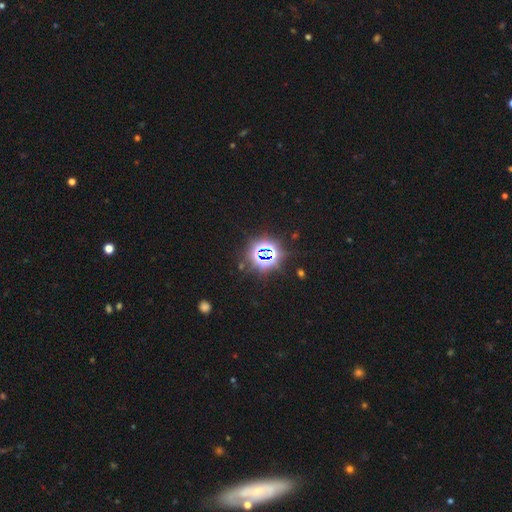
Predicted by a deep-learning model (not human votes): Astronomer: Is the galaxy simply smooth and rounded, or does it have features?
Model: star or artifact — 80%.